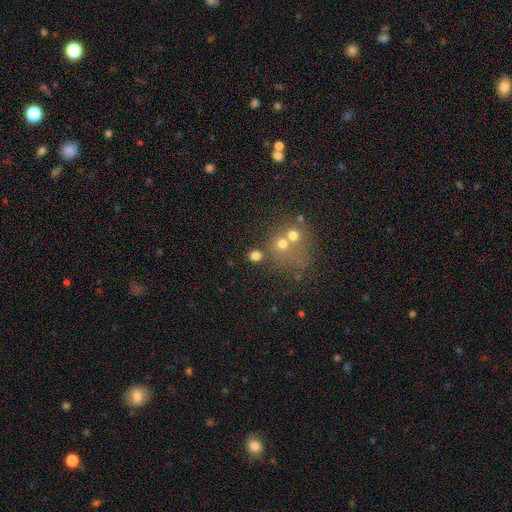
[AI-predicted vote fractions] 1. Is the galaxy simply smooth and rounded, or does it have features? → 70% smooth, 18% star or artifact, 12% featured or disk.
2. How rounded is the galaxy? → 79% round, 20% in between, 1% cigar-shaped.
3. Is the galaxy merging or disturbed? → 62% none, 25% merger, 8% minor disturbance, 5% major disturbance.